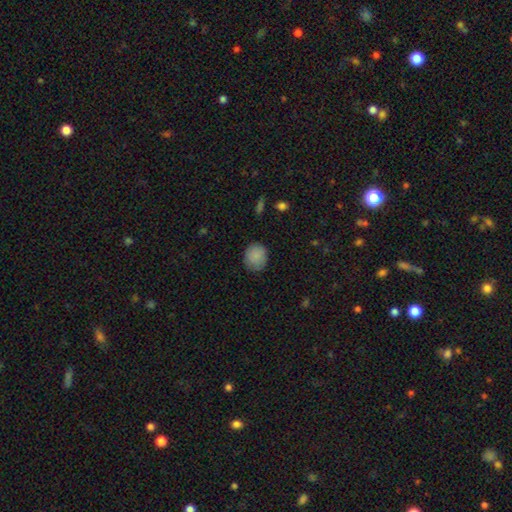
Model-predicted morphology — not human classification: A smooth galaxy with no disk features (87%) that is round (77%).

Vote fractions:
- Smooth or featured? smooth: 87% / star or artifact: 8% / featured or disk: 5%
- How rounded? round: 77% / in between: 23% / cigar-shaped: 1%
- Merging? none: 81% / minor disturbance: 15% / major disturbance: 3% / merger: 1%